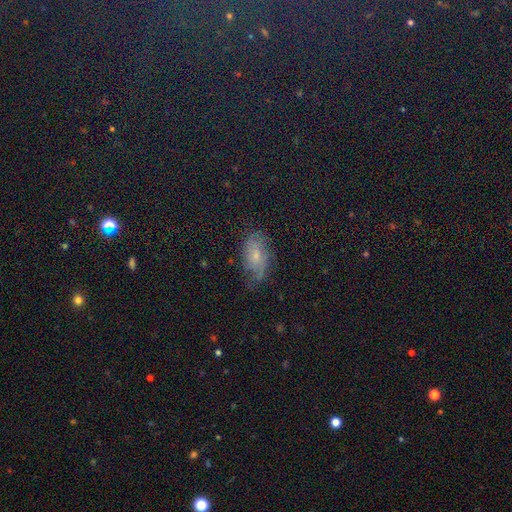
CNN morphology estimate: type=smooth (41%); merging=none (58%).